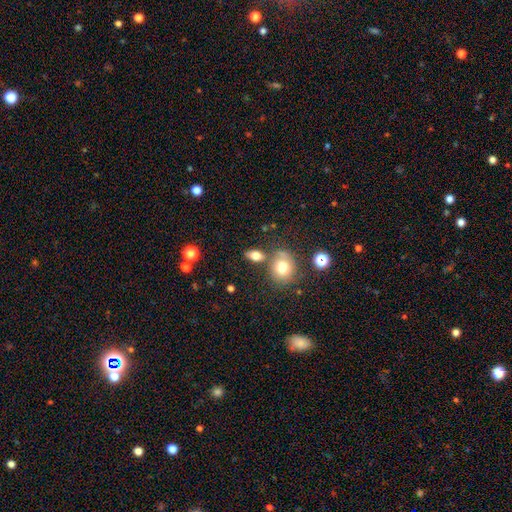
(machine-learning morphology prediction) smooth 74%, featured or disk 15%, star or artifact 11%. Down the decision tree: how rounded — in between (75%); merging — none (69%).